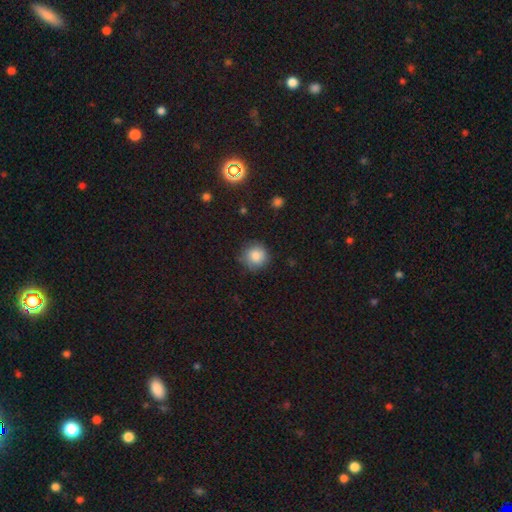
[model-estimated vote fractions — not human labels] This is clearly a smooth galaxy (84%). How rounded: clearly round (93%). Merging: clearly none (82%).